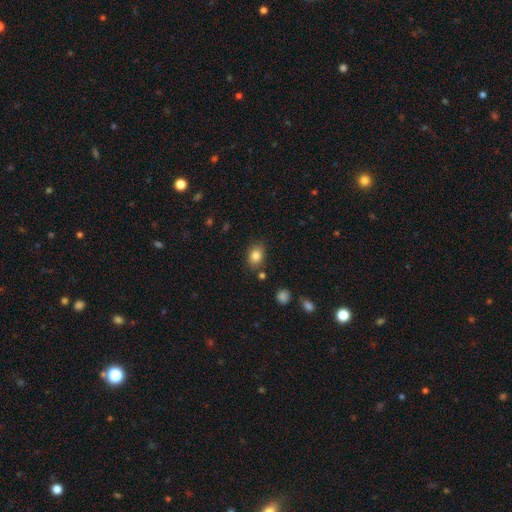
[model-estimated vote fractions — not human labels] This appears to be a smooth galaxy with no disk features (84%) that is in between round and cigar-shaped (67%). Merging: none (79%).